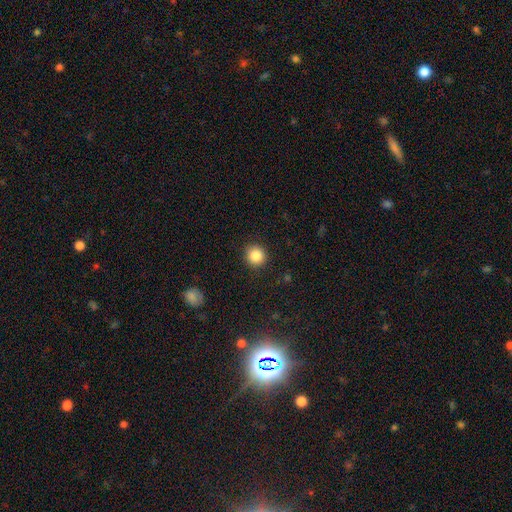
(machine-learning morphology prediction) Overall: smooth (85%). How rounded: round (93%). Merging: none (91%).